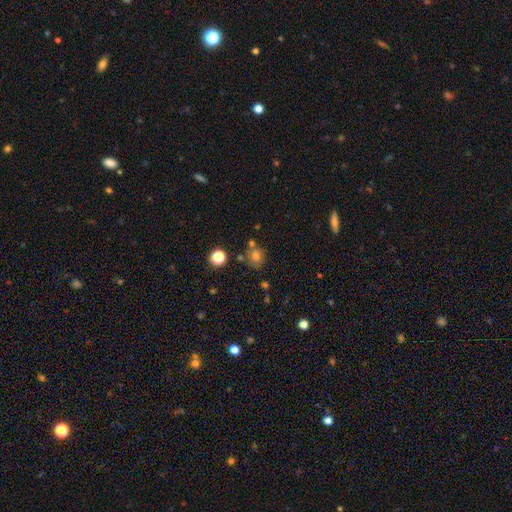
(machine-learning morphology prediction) Smooth or featured? Predicted: smooth (p=0.72). How rounded? Predicted: round (p=0.69). Merging? Predicted: none (p=0.66).